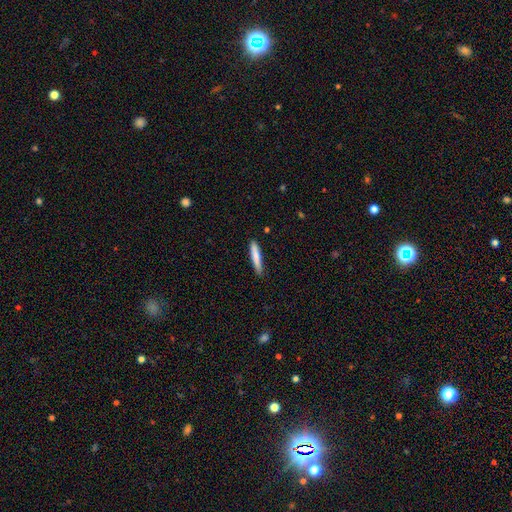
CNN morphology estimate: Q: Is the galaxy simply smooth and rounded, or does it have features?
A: smooth — 78%.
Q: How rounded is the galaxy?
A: cigar-shaped — 92%.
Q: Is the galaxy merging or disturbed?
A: none — 87%.